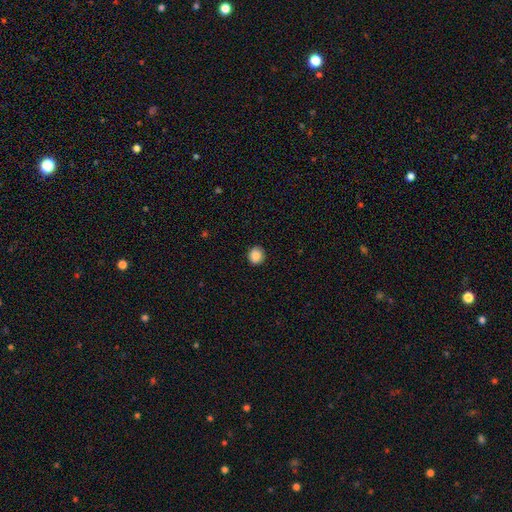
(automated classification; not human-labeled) Morphology: type=smooth (88%); roundness=round (87%); merging=none (90%).